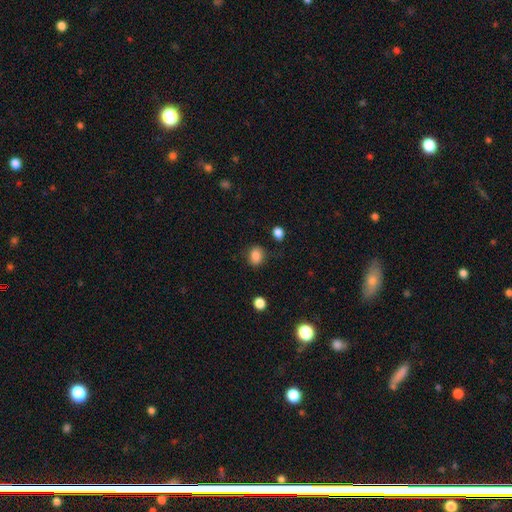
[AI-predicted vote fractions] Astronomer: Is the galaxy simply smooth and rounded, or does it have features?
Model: smooth — 85%.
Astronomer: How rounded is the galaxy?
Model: in between — 51% (runner-up: round, 48%).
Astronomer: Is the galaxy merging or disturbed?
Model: none — 77%.